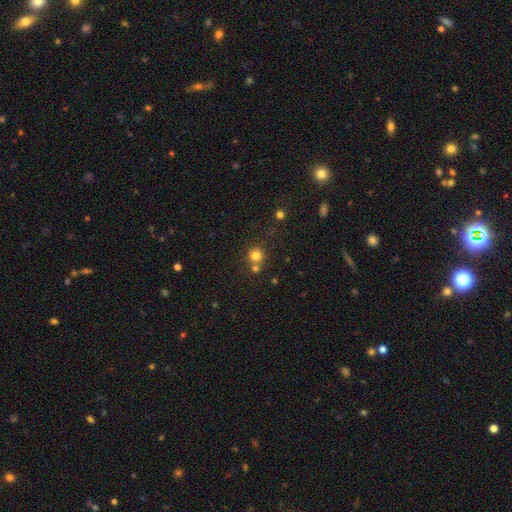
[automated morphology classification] Smooth or featured: smooth — 79% (star or artifact — 14%)
How rounded: round — 92% (in between — 7%)
Merging: none — 67% (merger — 22%)